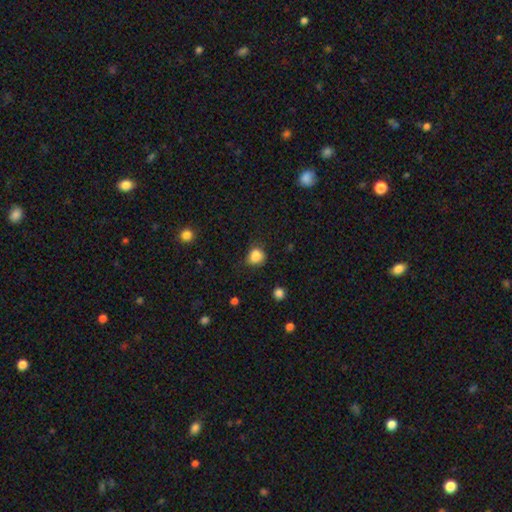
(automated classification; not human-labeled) Q: Smooth or featured?
A: smooth (85%); runner-up: star or artifact (11%)
Q: How rounded?
A: round (75%); runner-up: in between (24%)
Q: Merging?
A: none (70%); runner-up: minor disturbance (22%)